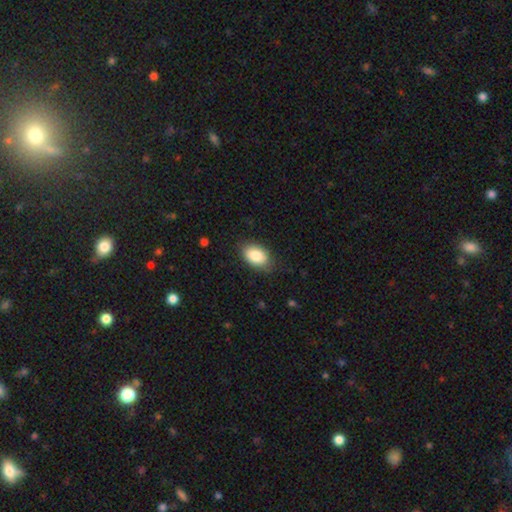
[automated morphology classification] Overall: smooth (85%). How rounded: in between (89%). Merging: none (79%).